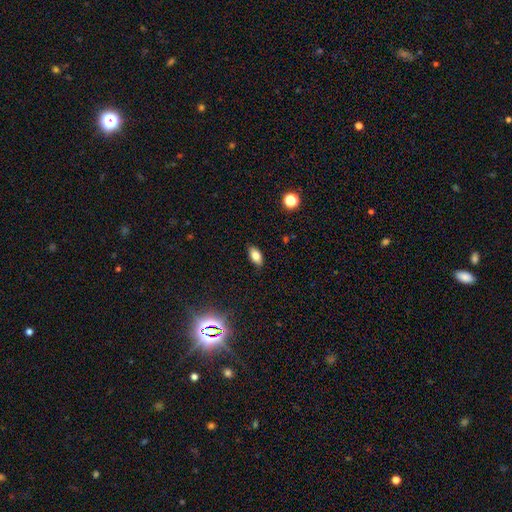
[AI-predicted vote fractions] This is likely a smooth galaxy (79%). How rounded: clearly in between (90%). Merging: clearly none (87%).